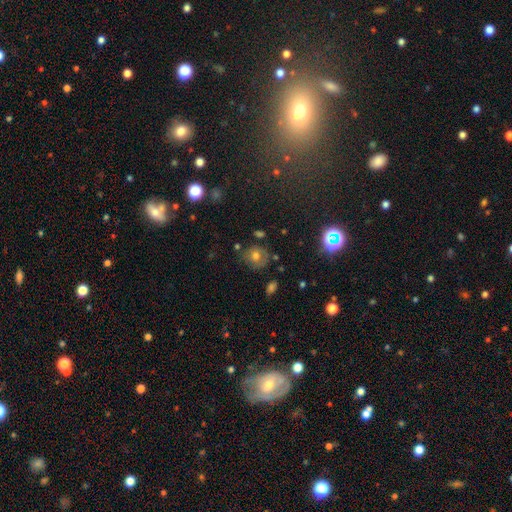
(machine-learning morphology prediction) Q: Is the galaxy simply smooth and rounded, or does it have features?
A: smooth — 59%.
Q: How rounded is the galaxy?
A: round — 76%.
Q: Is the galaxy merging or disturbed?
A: none — 68%.